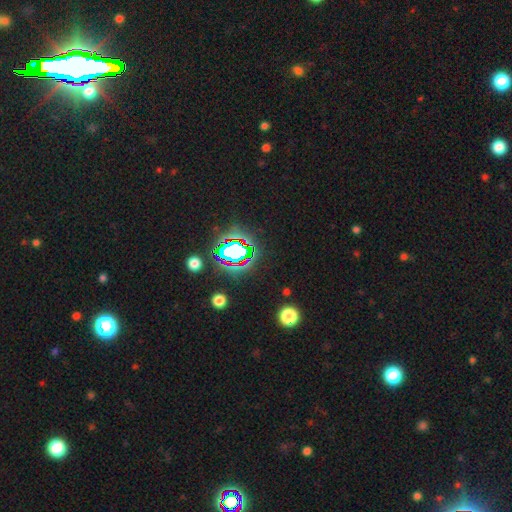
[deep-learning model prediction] Morphology: type=star or artifact (80%).